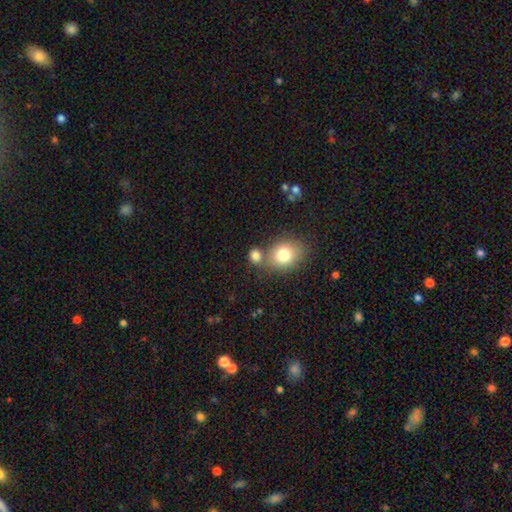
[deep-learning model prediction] smooth 81%, star or artifact 11%, featured or disk 8%. Down the decision tree: how rounded — round (64%); merging — none (57%).